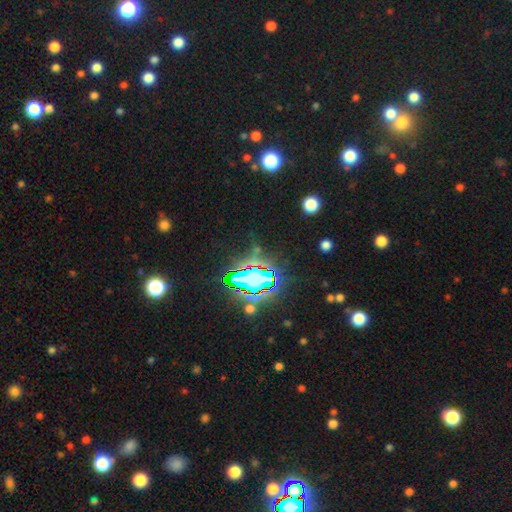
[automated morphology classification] Smooth or featured: star or artifact — 74% (smooth — 16%)